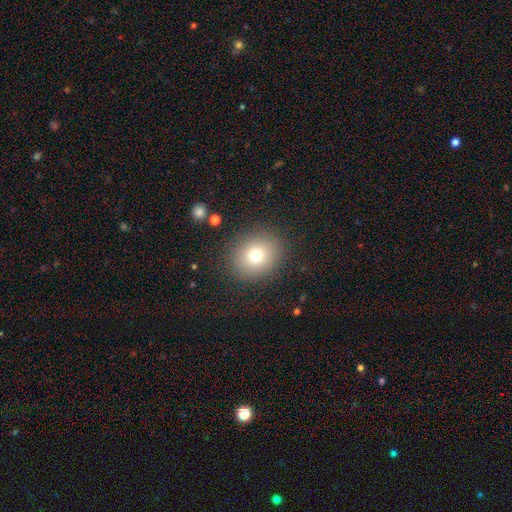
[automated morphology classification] Overall: smooth (75%). How rounded: round (73%). Merging: none (87%).